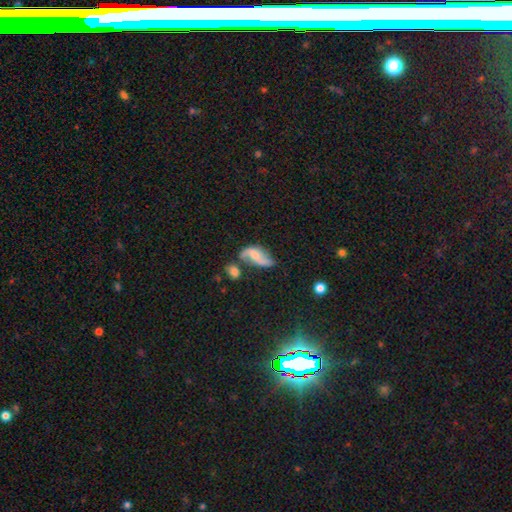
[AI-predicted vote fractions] Smooth or featured: featured or disk — 66% (smooth — 26%)
Edge-on disk: no — 95% (yes — 5%)
Bar: no — 55% (weak — 34%)
Spiral arms: yes — 88% (no — 12%)
Spiral winding: loose — 77% (medium — 18%)
Spiral arm count: 2 — 87% (1 — 5%)
Bulge size: small — 43% (moderate — 30%)
Merging: none — 39% (minor disturbance — 23%)